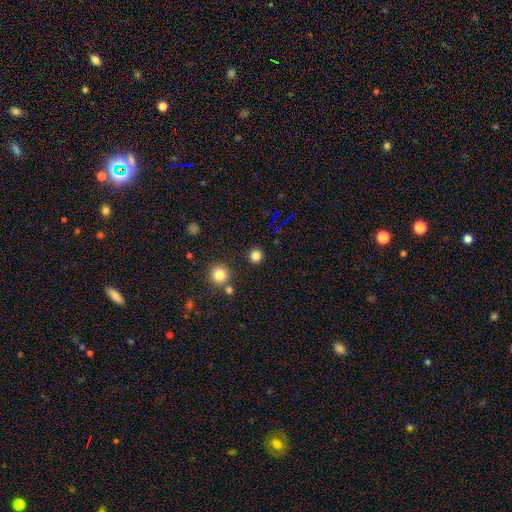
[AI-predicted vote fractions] Morphology: type=smooth (79%); roundness=round (94%); merging=none (88%).